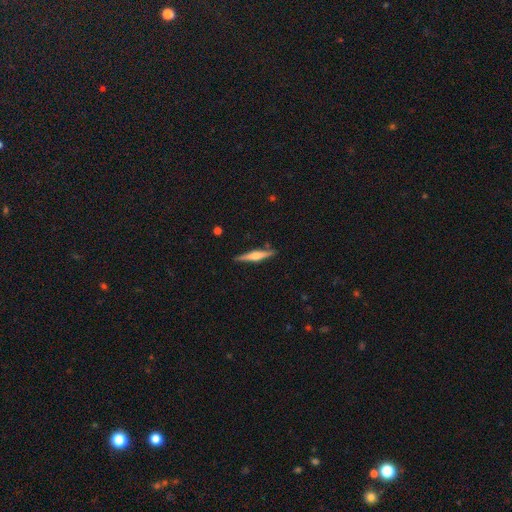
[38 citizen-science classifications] Smooth or featured: featured or disk — 74% (smooth — 21%)
Edge-on disk: yes — 96% (no — 4%)
Edge-on bulge: rounded — 100%
Merging: none — 94% (minor disturbance — 6%)